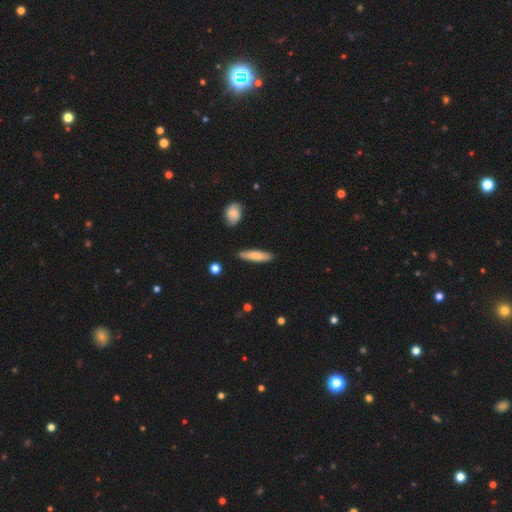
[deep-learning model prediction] smooth 75%, featured or disk 20%, star or artifact 6%. Down the decision tree: how rounded — cigar-shaped (78%); merging — none (84%).